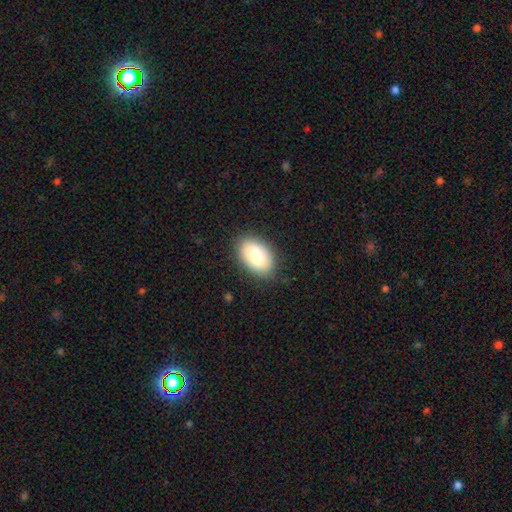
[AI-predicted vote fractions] Morphology: type=smooth (80%); roundness=in between (90%); merging=none (82%).